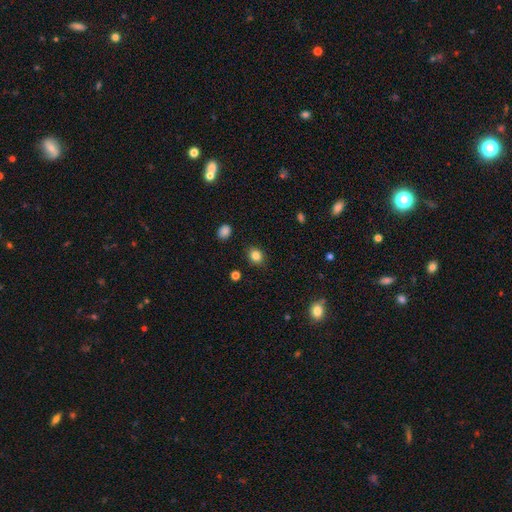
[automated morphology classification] Smooth or featured: smooth — 84% (star or artifact — 11%)
How rounded: round — 64% (in between — 35%)
Merging: none — 87% (minor disturbance — 9%)